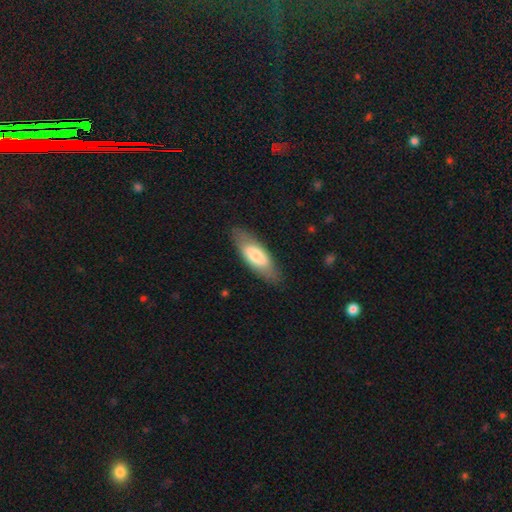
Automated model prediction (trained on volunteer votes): A smooth galaxy with no disk features (67%) that is in between round and cigar-shaped (70%).

Vote fractions:
- Smooth or featured? smooth: 67% / featured or disk: 28% / star or artifact: 6%
- How rounded? in between: 70% / cigar-shaped: 29% / round: 2%
- Merging? none: 81% / minor disturbance: 14% / major disturbance: 4% / merger: 1%